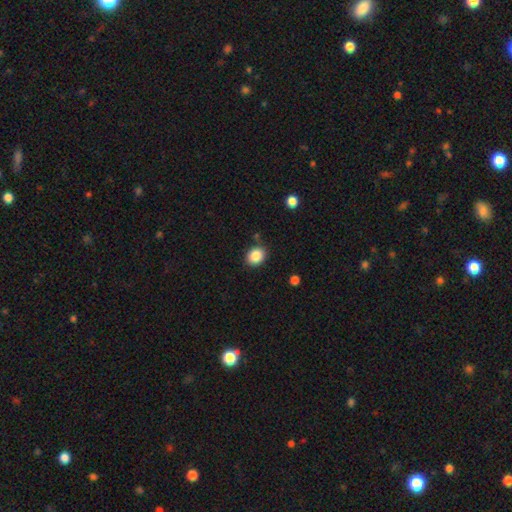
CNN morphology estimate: smooth 87%, star or artifact 9%, featured or disk 4%. Down the decision tree: how rounded — round (56%); merging — none (84%).